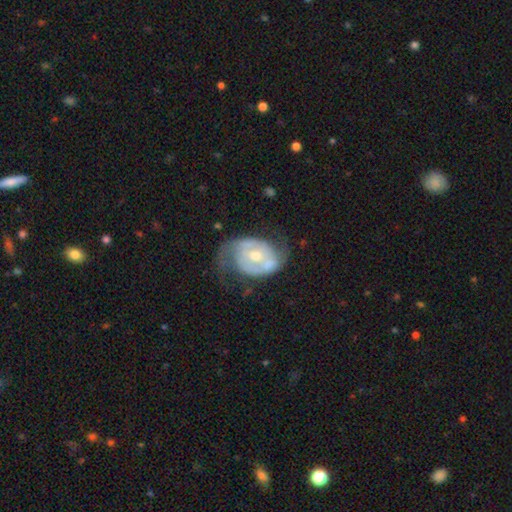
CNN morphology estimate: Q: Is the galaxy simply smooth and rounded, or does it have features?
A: featured or disk — 77%.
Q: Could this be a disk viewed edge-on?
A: no — 97%.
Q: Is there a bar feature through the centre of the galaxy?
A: no — 57%.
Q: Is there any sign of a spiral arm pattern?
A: yes — 80%.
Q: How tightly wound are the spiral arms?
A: medium — 41%.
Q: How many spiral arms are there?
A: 2 — 70%.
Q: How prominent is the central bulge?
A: moderate — 59%.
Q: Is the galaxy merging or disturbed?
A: none — 46%.